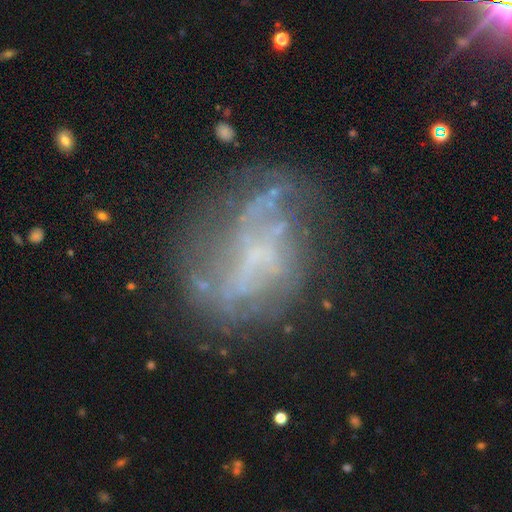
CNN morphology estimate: This is likely a featured or disk galaxy (64%). It is clearly not viewed edge-on (96%). Bar: likely no (70%). Spiral arm pattern: likely no (63%). Central bulge: likely none (69%). Merging: marginally none (44%).